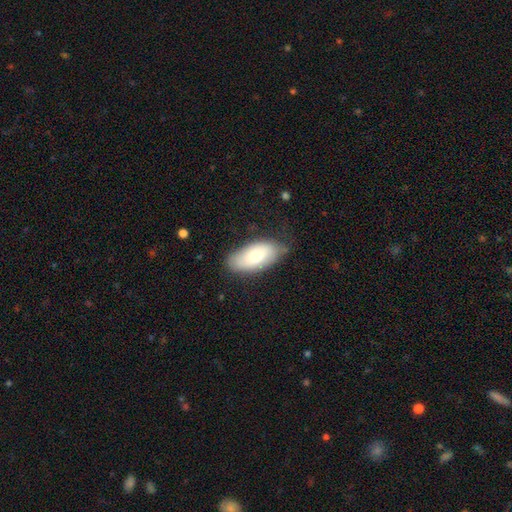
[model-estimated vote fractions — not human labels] Morphology: type=smooth (71%); roundness=in between (92%); merging=none (70%).